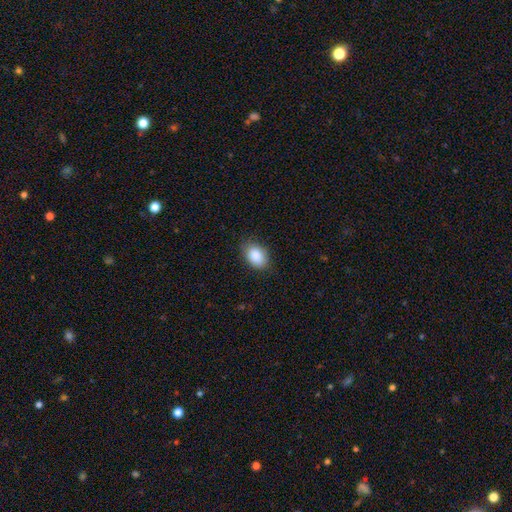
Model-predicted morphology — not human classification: Smooth or featured? Predicted: smooth (p=0.88). How rounded? Predicted: in between (p=0.83). Merging? Predicted: none (p=0.82).